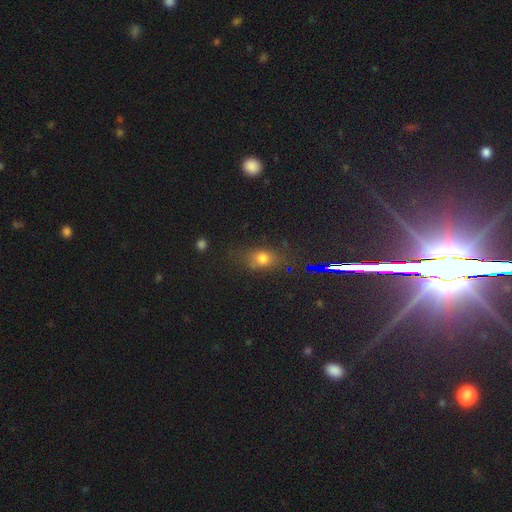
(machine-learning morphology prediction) Q: Smooth or featured?
A: smooth (52%); runner-up: star or artifact (35%)
Q: How rounded?
A: in between (56%); runner-up: round (39%)
Q: Merging?
A: none (78%); runner-up: minor disturbance (14%)